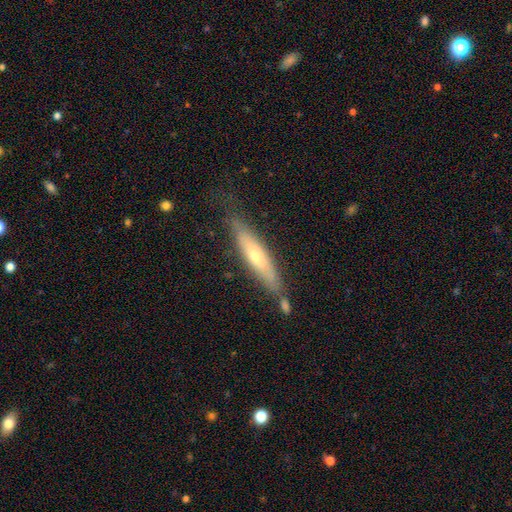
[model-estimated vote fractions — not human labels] featured or disk 48%, smooth 45%, star or artifact 7%. Down the decision tree: merging — none (69%).